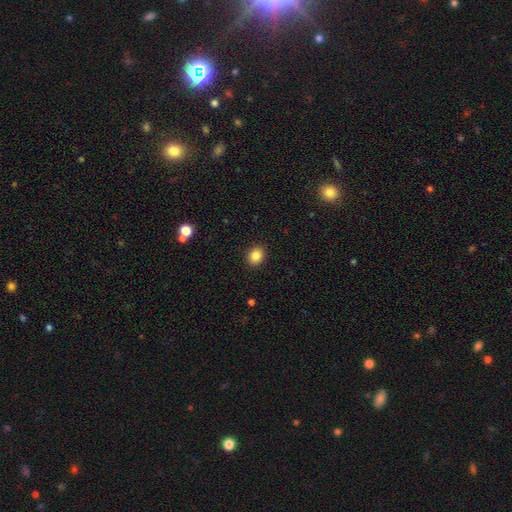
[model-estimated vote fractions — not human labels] This appears to be a smooth galaxy with no disk features (85%) that is round (63%). Merging: none (91%).